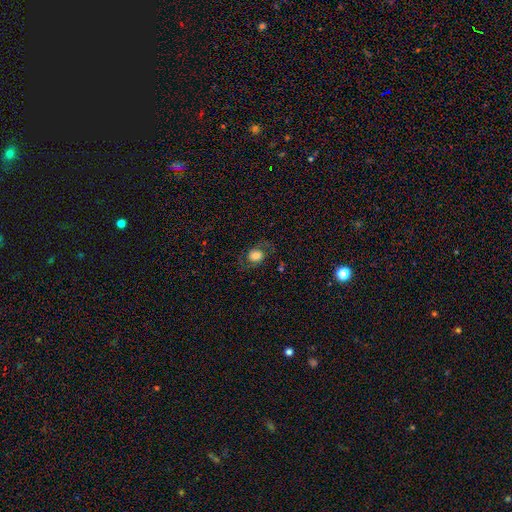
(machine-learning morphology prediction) Smooth or featured?
  - smooth: 50% *
  - featured or disk: 40%
  - star or artifact: 10%
How rounded?
  - round: 58% *
  - in between: 41%
  - cigar-shaped: 1%
Merging?
  - none: 70% *
  - minor disturbance: 15%
  - major disturbance: 13%
  - merger: 1%